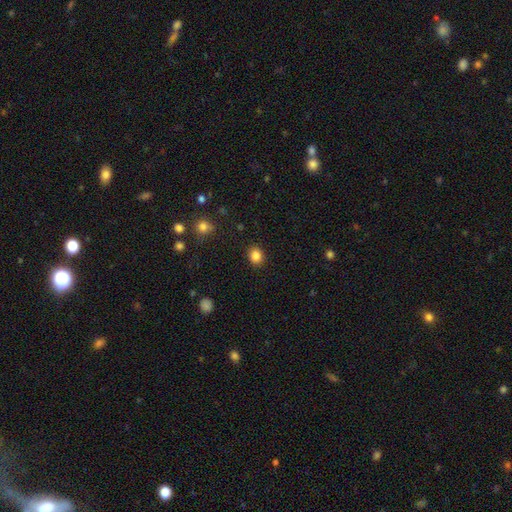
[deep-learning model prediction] Smooth or featured? Predicted: smooth (p=0.85). How rounded? Predicted: round (p=0.65). Merging? Predicted: none (p=0.89).